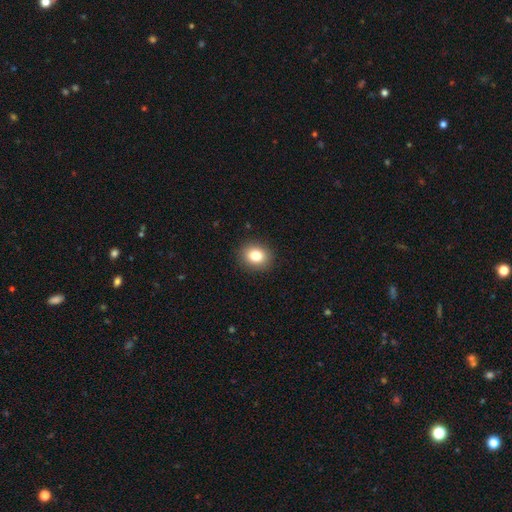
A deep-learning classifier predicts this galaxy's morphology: Smooth or featured?
  - smooth: 82% *
  - star or artifact: 11%
  - featured or disk: 8%
How rounded?
  - round: 63% *
  - in between: 36%
  - cigar-shaped: 1%
Merging?
  - none: 90% *
  - minor disturbance: 7%
  - major disturbance: 2%
  - merger: 1%